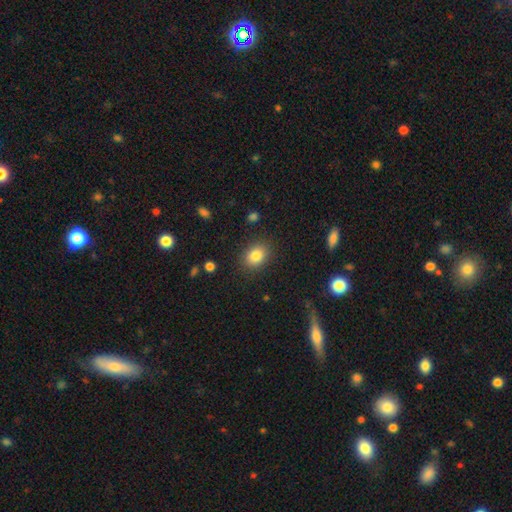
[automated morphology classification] This is clearly a smooth galaxy (84%). How rounded: possibly in between (56%). Merging: clearly none (86%).